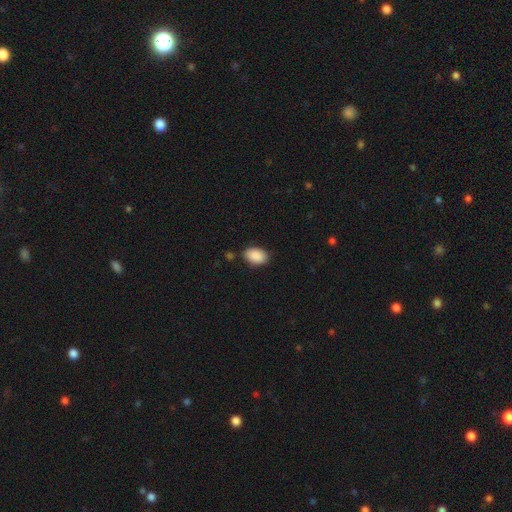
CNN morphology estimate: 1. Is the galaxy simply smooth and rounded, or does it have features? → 90% smooth, 7% star or artifact, 3% featured or disk.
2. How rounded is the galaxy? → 90% in between, 9% round, 1% cigar-shaped.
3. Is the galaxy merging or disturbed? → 82% none, 13% minor disturbance, 3% major disturbance, 3% merger.